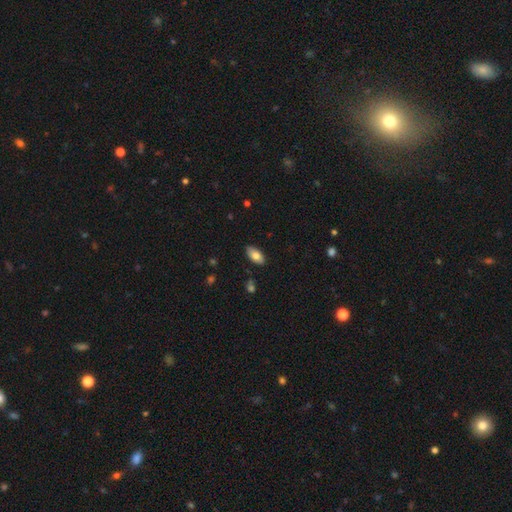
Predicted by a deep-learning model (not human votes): A smooth galaxy with no disk features (79%) that is in between round and cigar-shaped (93%). Merging: none (85%).